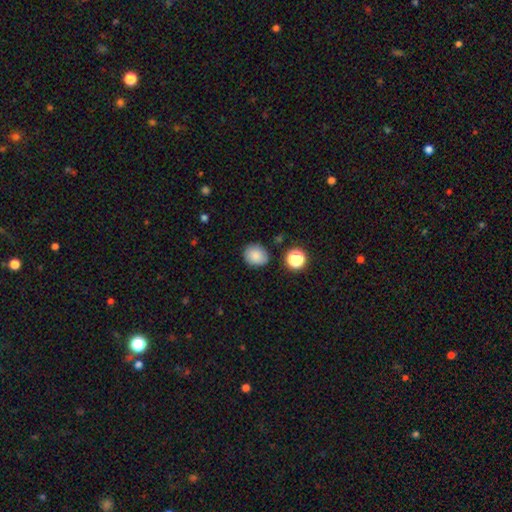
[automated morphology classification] A smooth galaxy with no disk features (83%) that is round (66%).

Vote fractions:
- Smooth or featured? smooth: 83% / star or artifact: 10% / featured or disk: 7%
- How rounded? round: 66% / in between: 33% / cigar-shaped: 1%
- Merging? none: 81% / minor disturbance: 13% / major disturbance: 3% / merger: 3%